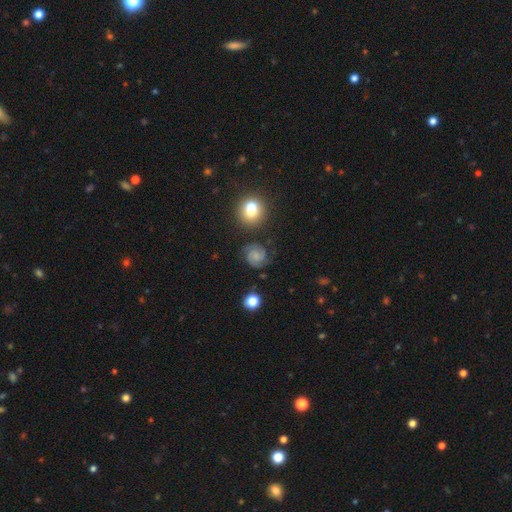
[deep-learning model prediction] A featured or disk galaxy (77%) with no bar (61%), 2 (80%) tight (49%) spiral arms (97%) and a small central bulge (57%). Merging: none (77%).